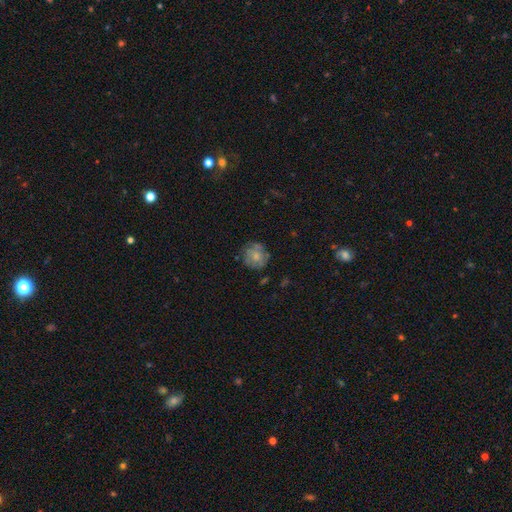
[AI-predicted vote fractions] Overall: smooth (61%; featured or disk 31%). How rounded: round (84%). Merging: none (67%).